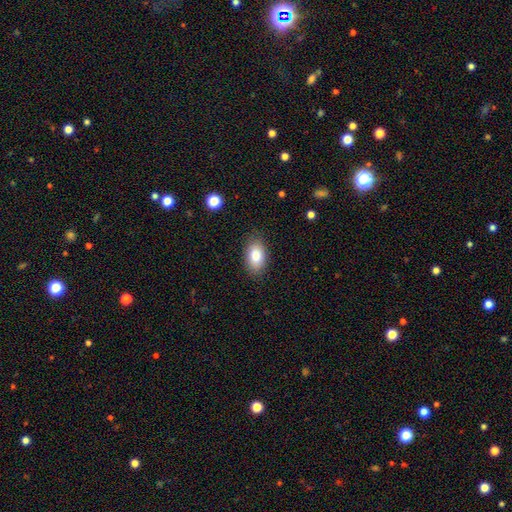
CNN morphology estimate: This is clearly a smooth galaxy (82%). How rounded: clearly in between (91%). Merging: clearly none (86%).